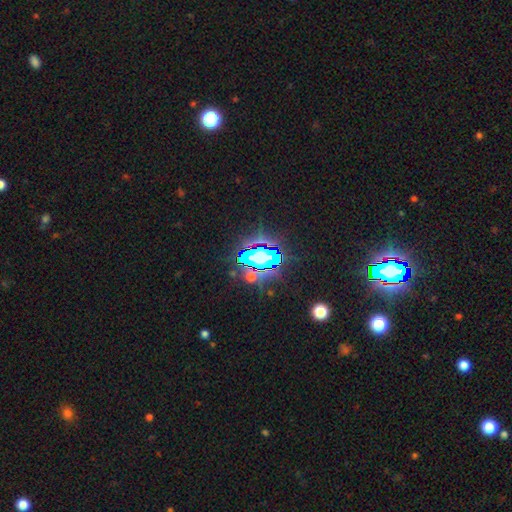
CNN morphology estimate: A star or artifact, not a galaxy (77%).

Vote fractions:
- Smooth or featured? star or artifact: 77% / smooth: 13% / featured or disk: 10%